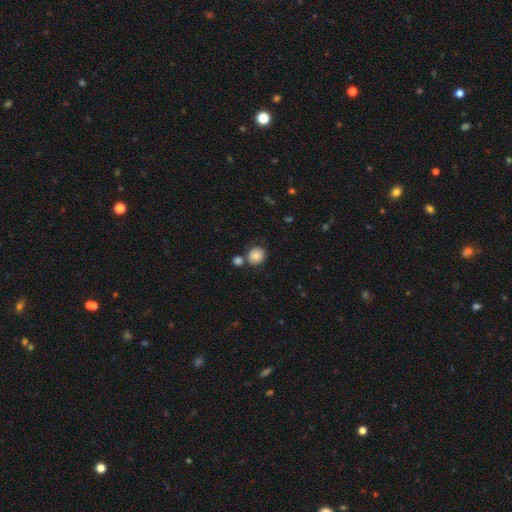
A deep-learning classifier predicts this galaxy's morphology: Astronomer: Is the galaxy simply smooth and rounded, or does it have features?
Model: smooth — 83%.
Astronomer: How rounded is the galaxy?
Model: round — 80%.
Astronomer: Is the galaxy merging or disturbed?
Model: none — 68%.